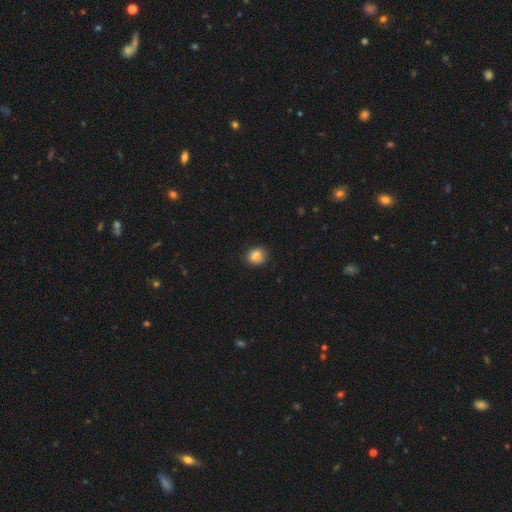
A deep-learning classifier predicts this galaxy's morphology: smooth_or_featured: smooth (p=0.84) [alt: star or artifact p=0.10]
how_rounded: round (p=0.70) [alt: in between p=0.29]
merging: none (p=0.83) [alt: minor disturbance p=0.13]